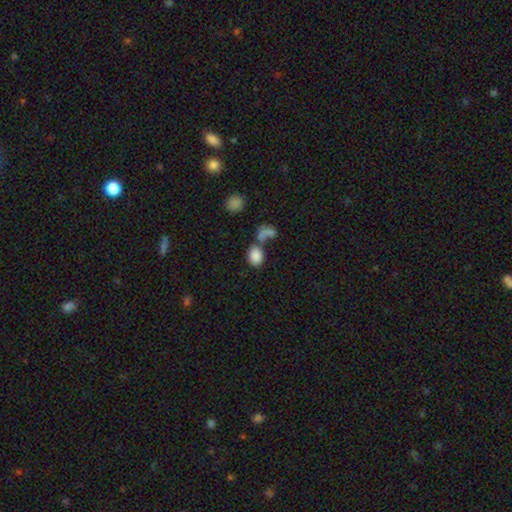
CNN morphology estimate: Smooth or featured?
  - smooth: 84% *
  - star or artifact: 9%
  - featured or disk: 7%
How rounded?
  - in between: 72% *
  - round: 26%
  - cigar-shaped: 2%
Merging?
  - none: 41% *
  - merger: 38%
  - minor disturbance: 11%
  - major disturbance: 10%